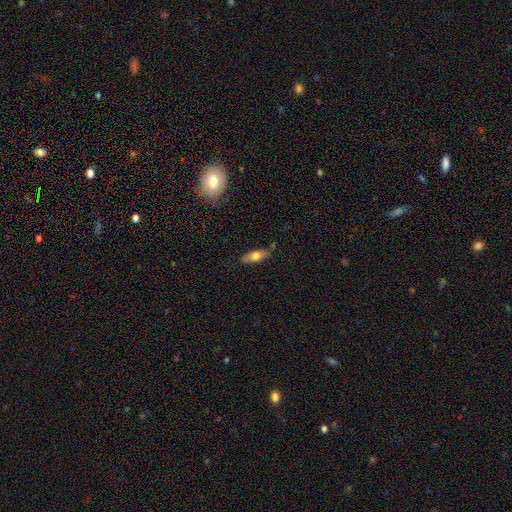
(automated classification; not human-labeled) Smooth or featured?
  - smooth: 66% *
  - featured or disk: 27%
  - star or artifact: 7%
How rounded?
  - in between: 65% *
  - cigar-shaped: 32%
  - round: 3%
Merging?
  - none: 81% *
  - minor disturbance: 14%
  - major disturbance: 3%
  - merger: 3%